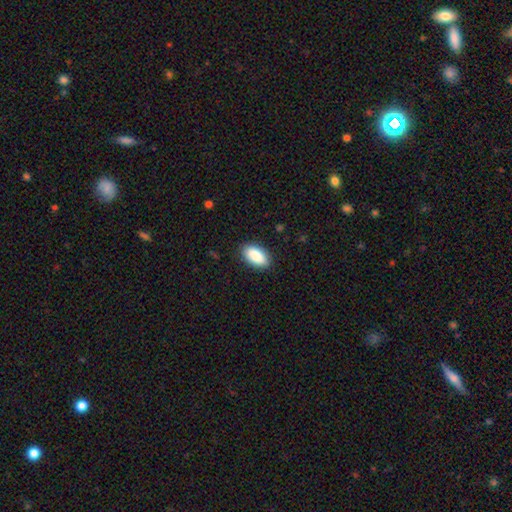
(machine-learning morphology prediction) A smooth galaxy with no disk features (89%) that is in between round and cigar-shaped (94%).

Vote fractions:
- Smooth or featured? smooth: 89% / star or artifact: 6% / featured or disk: 5%
- How rounded? in between: 94% / round: 3% / cigar-shaped: 3%
- Merging? none: 87% / minor disturbance: 9% / major disturbance: 2% / merger: 1%